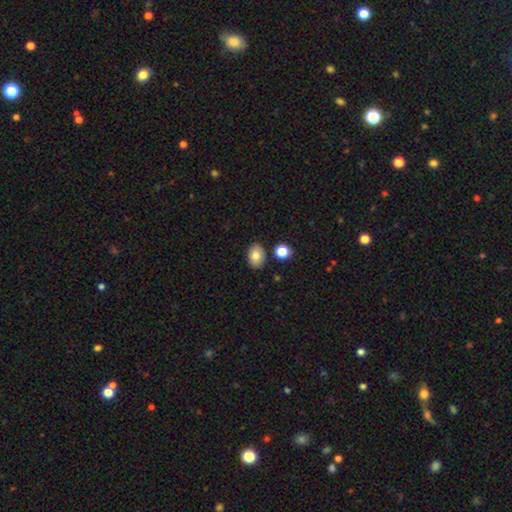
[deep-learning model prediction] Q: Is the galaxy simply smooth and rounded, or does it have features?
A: smooth — 80%.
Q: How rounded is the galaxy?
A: in between — 81%.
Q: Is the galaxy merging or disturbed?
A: none — 84%.